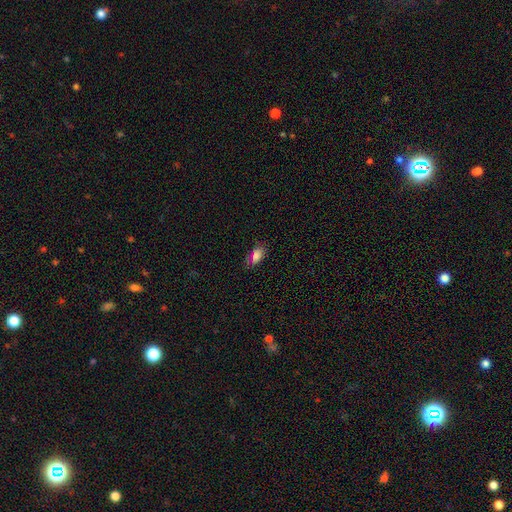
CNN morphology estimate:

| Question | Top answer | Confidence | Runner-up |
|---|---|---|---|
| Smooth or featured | smooth | 75% | star or artifact (16%) |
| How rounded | in between | 89% | cigar-shaped (7%) |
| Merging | none | 75% | minor disturbance (19%) |